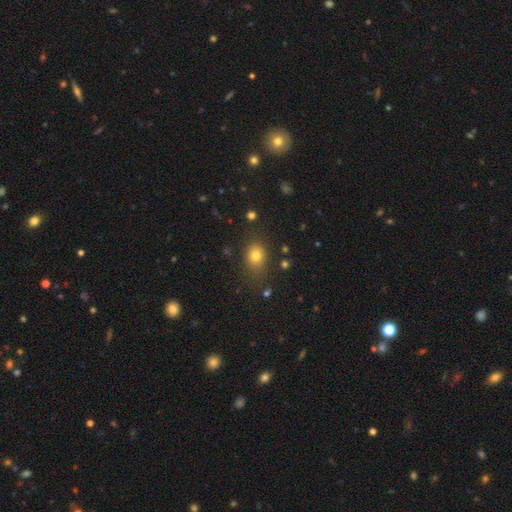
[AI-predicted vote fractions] Smooth or featured?
  - smooth: 78% *
  - star or artifact: 14%
  - featured or disk: 8%
How rounded?
  - round: 52% *
  - in between: 47%
  - cigar-shaped: 1%
Merging?
  - none: 77% *
  - minor disturbance: 15%
  - major disturbance: 6%
  - merger: 2%